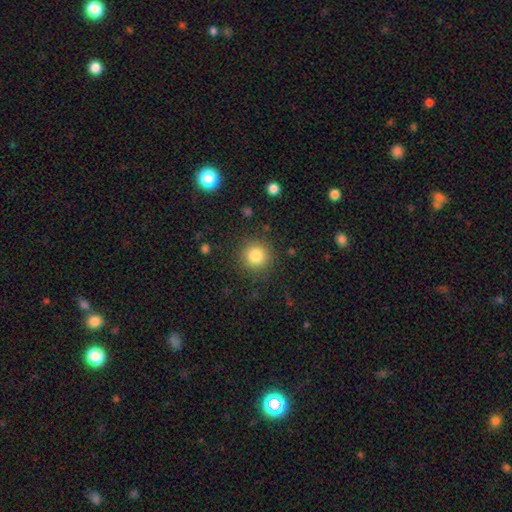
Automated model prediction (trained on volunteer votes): The model was most divided on "smooth or featured": smooth: 83%, star or artifact: 11%, featured or disk: 6%. More confident: how rounded — round (94%); merging — none (88%).